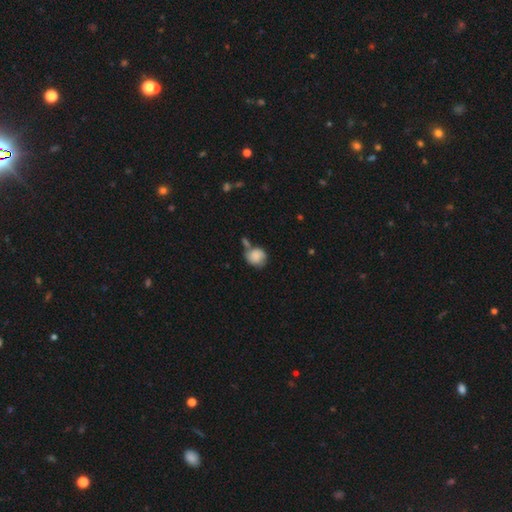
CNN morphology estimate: smooth_or_featured: smooth (p=0.80) [alt: featured or disk p=0.12]
how_rounded: round (p=0.78) [alt: in between p=0.21]
merging: none (p=0.40) [alt: merger p=0.26]